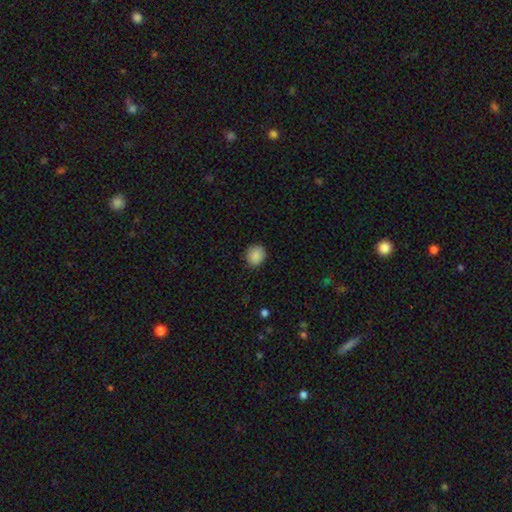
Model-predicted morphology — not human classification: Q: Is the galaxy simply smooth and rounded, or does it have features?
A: smooth — 88%.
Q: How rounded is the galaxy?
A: round — 87%.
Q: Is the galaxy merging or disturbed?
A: none — 88%.